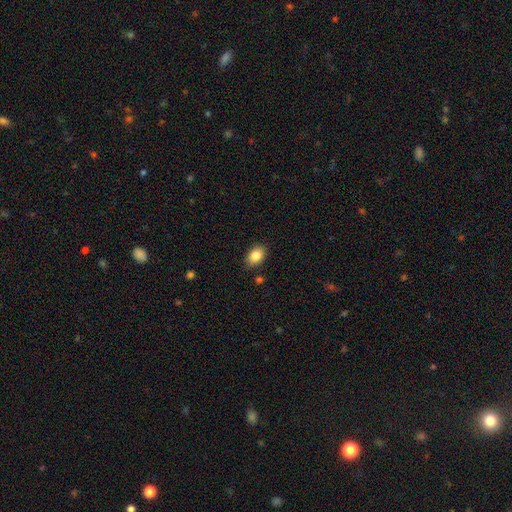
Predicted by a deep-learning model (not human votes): Overall: smooth (85%). How rounded: in between (84%). Merging: none (85%).